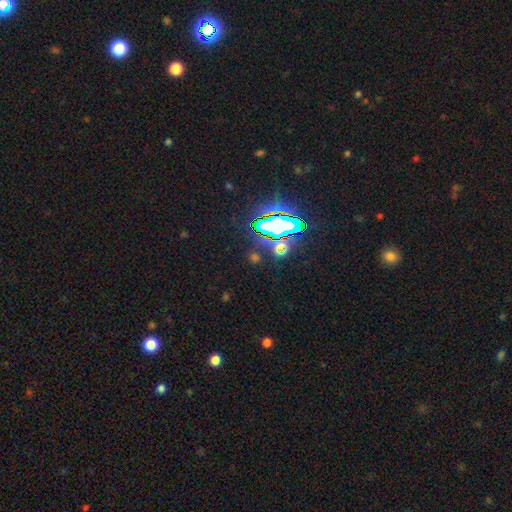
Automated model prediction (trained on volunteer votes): Smooth or featured? Predicted: star or artifact (p=0.71).